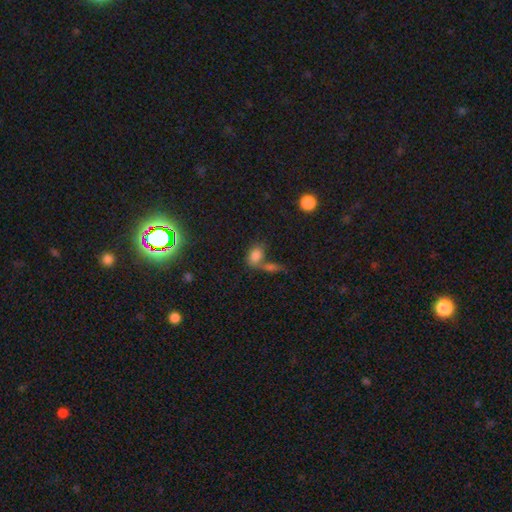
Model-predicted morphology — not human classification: Smooth or featured: smooth — 81% (star or artifact — 12%)
How rounded: in between — 87% (round — 10%)
Merging: none — 45% (merger — 37%)